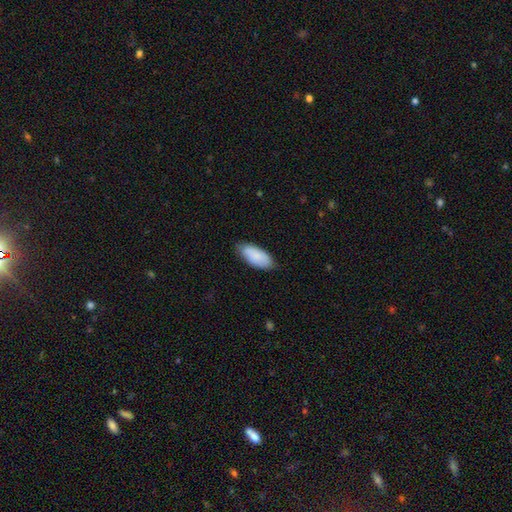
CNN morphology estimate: The model was most divided on "merging": none: 78%, minor disturbance: 19%, major disturbance: 3%, merger: 1%. More confident: how rounded — in between (91%); smooth or featured — smooth (87%).